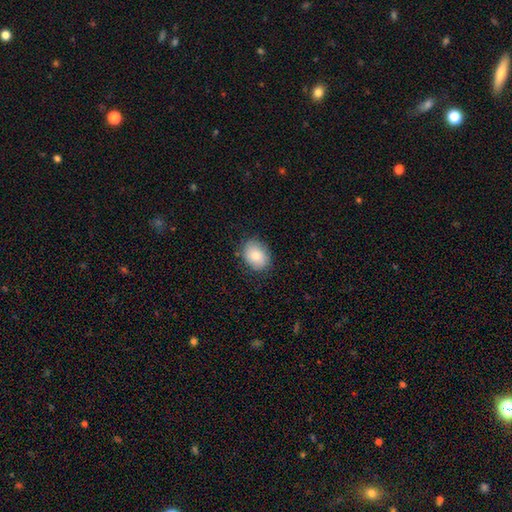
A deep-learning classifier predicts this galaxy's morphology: A smooth galaxy with no disk features (82%) that is in between round and cigar-shaped (68%).

Vote fractions:
- Smooth or featured? smooth: 82% / featured or disk: 11% / star or artifact: 7%
- How rounded? in between: 68% / round: 31% / cigar-shaped: 1%
- Merging? none: 81% / minor disturbance: 14% / major disturbance: 3% / merger: 1%